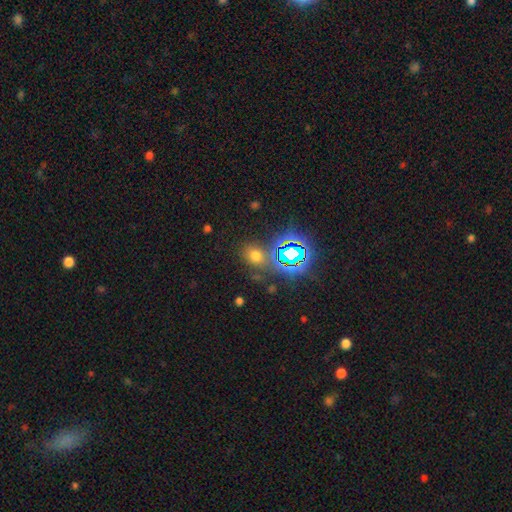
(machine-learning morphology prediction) Smooth or featured?
  - smooth: 56% *
  - star or artifact: 36%
  - featured or disk: 8%
How rounded?
  - round: 55% *
  - in between: 43%
  - cigar-shaped: 2%
Merging?
  - none: 75% *
  - minor disturbance: 12%
  - merger: 7%
  - major disturbance: 6%